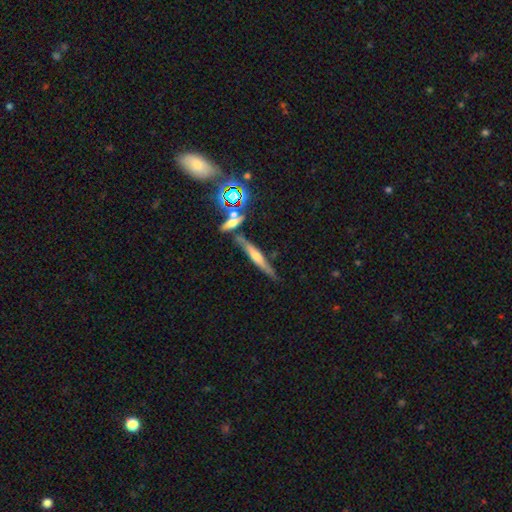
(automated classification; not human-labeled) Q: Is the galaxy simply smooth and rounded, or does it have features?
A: featured or disk — 50%.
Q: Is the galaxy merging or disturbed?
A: none — 68%.